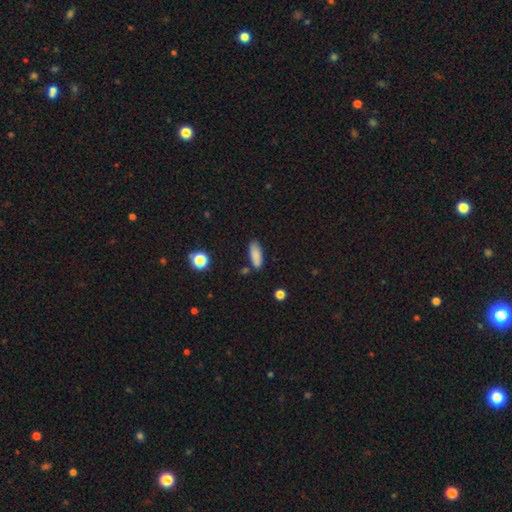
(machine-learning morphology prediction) smooth 86%, star or artifact 8%, featured or disk 6%. Down the decision tree: how rounded — in between (67%); merging — none (79%).